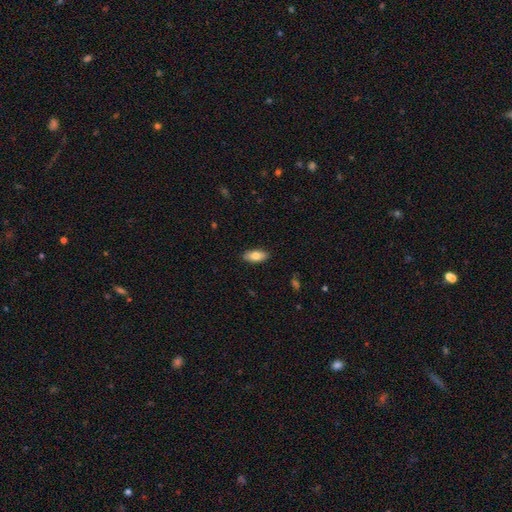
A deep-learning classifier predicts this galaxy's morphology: smooth 77%, featured or disk 17%, star or artifact 6%. Down the decision tree: how rounded — in between (86%); merging — none (89%).